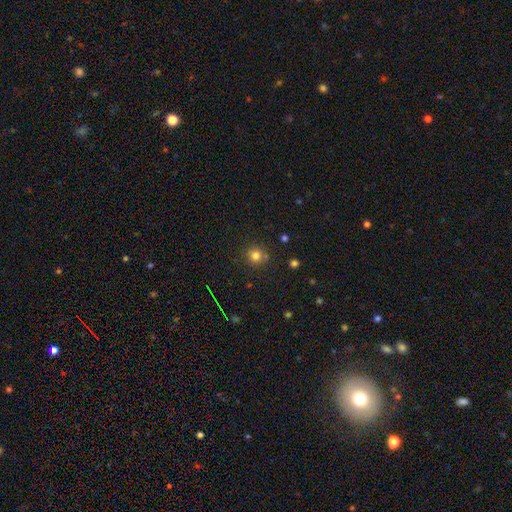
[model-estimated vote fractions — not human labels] A smooth galaxy with no disk features (77%) that is round (91%). Merging: none (82%).